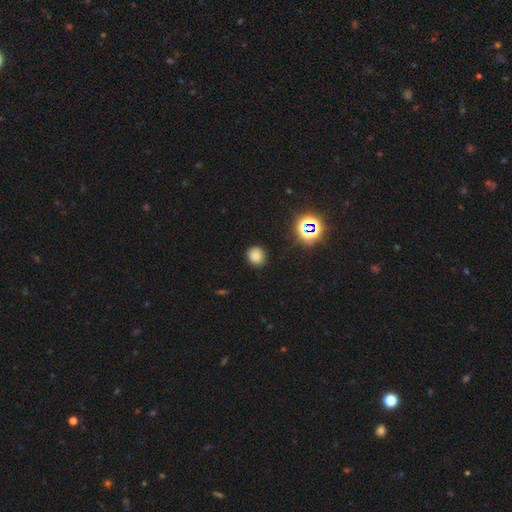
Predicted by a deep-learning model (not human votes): Smooth or featured? Predicted: smooth (p=0.76). How rounded? Predicted: round (p=0.81). Merging? Predicted: none (p=0.85).